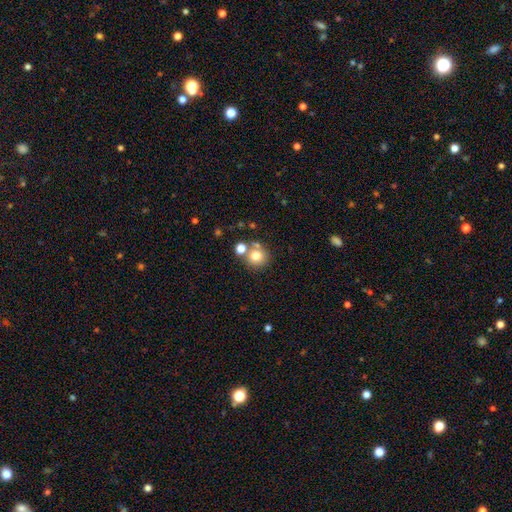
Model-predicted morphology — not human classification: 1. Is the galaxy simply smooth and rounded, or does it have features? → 75% smooth, 13% star or artifact, 12% featured or disk.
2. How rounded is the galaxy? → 90% round, 9% in between, 1% cigar-shaped.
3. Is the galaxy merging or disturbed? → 64% none, 23% merger, 9% minor disturbance, 4% major disturbance.